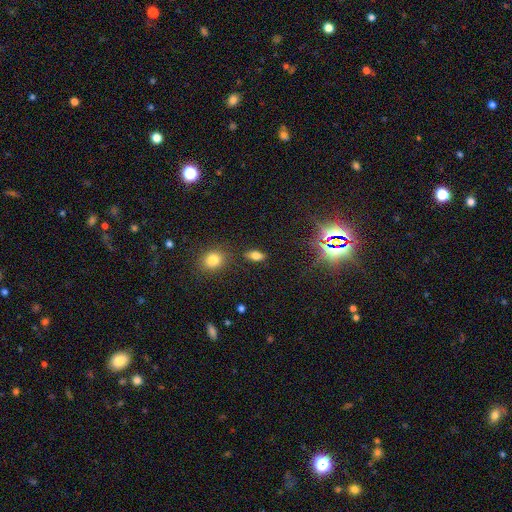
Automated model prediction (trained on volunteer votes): Q: Smooth or featured?
A: smooth (71%); runner-up: star or artifact (16%)
Q: How rounded?
A: in between (84%); runner-up: cigar-shaped (9%)
Q: Merging?
A: none (85%); runner-up: minor disturbance (9%)